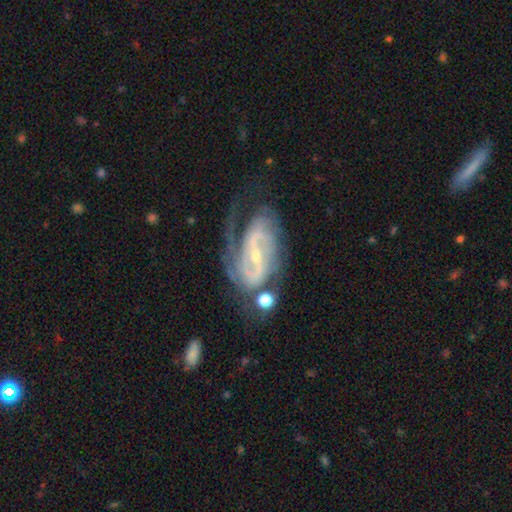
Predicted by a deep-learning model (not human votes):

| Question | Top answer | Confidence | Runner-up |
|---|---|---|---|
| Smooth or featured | featured or disk | 87% | smooth (7%) |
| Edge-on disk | no | 96% | yes (4%) |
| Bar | weak | 41% | strong (33%) |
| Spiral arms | yes | 95% | no (5%) |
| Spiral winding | tight | 44% | medium (42%) |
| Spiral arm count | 2 | 57% | can't tell (17%) |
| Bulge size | small | 73% | moderate (22%) |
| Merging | none | 48% | minor disturbance (22%) |